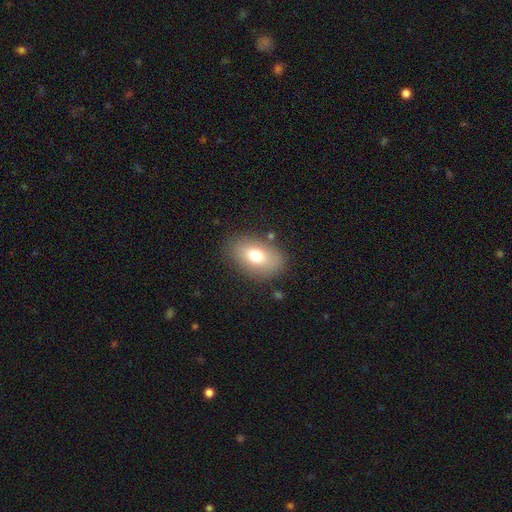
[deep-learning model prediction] A smooth galaxy with no disk features (73%) that is in between round and cigar-shaped (87%).

Vote fractions:
- Smooth or featured? smooth: 73% / featured or disk: 18% / star or artifact: 9%
- How rounded? in between: 87% / round: 12% / cigar-shaped: 2%
- Merging? none: 82% / minor disturbance: 11% / major disturbance: 4% / merger: 2%